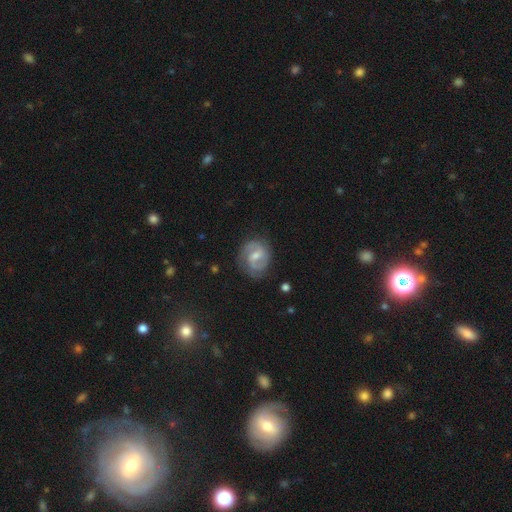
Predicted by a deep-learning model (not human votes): Overall: featured or disk (78%). Edge-on disk: no (98%). Bar: weak (57%; no 24%). Spiral arms: yes (93%). Spiral arm count: 2 (80%). Spiral winding: medium (46%; tight 39%). Bulge size: moderate (51%; small 43%). Merging: none (77%).